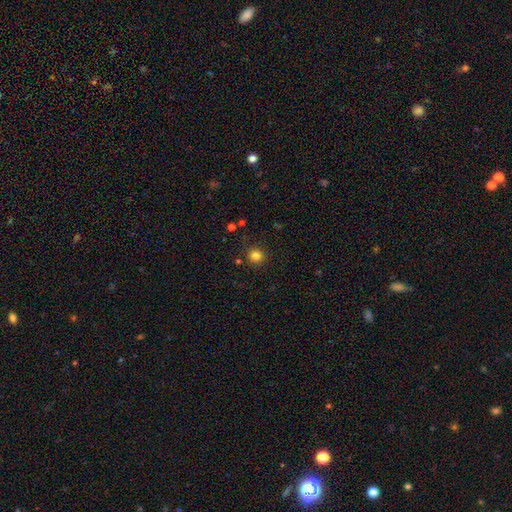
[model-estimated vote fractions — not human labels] A smooth galaxy with no disk features (82%) that is round (94%).

Vote fractions:
- Smooth or featured? smooth: 82% / star or artifact: 13% / featured or disk: 5%
- How rounded? round: 94% / in between: 5% / cigar-shaped: 1%
- Merging? none: 89% / minor disturbance: 7% / major disturbance: 2% / merger: 2%